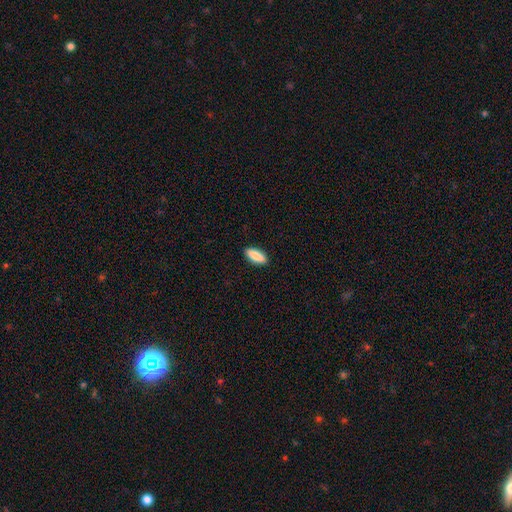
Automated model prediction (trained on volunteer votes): Smooth or featured? smooth (88%)
How rounded? in between (73%)
Merging? none (90%)